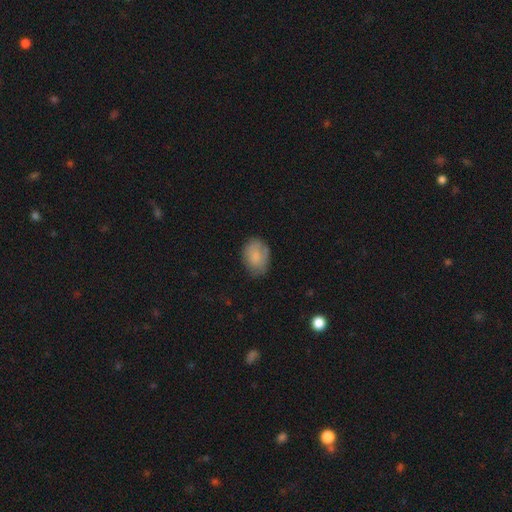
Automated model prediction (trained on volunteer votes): Q: Smooth or featured?
A: smooth (75%); runner-up: featured or disk (17%)
Q: How rounded?
A: in between (74%); runner-up: round (25%)
Q: Merging?
A: none (69%); runner-up: minor disturbance (23%)